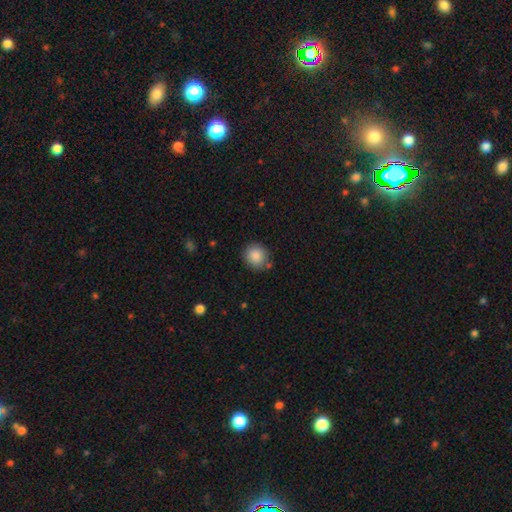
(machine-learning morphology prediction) type=smooth (87%); roundness=round (84%); merging=none (83%).